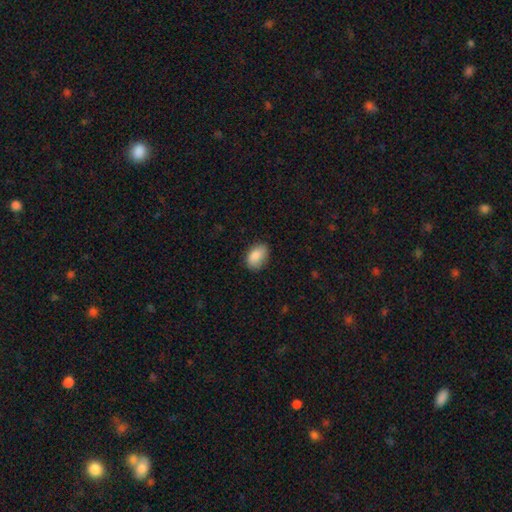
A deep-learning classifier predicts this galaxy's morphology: Overall: smooth (86%). How rounded: in between (85%). Merging: none (75%).